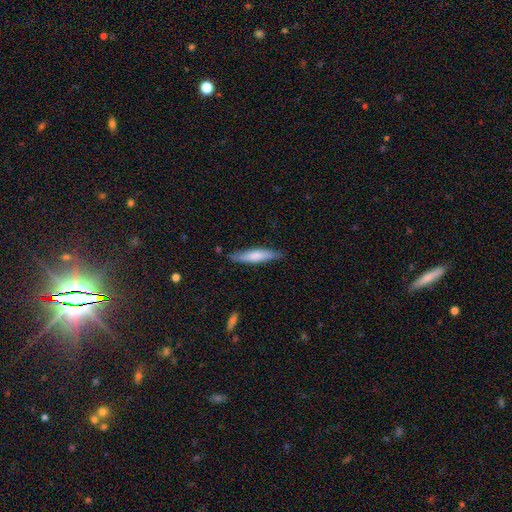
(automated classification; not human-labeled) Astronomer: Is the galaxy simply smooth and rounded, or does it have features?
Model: smooth — 68%.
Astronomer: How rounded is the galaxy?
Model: cigar-shaped — 84%.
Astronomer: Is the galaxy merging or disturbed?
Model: none — 80%.